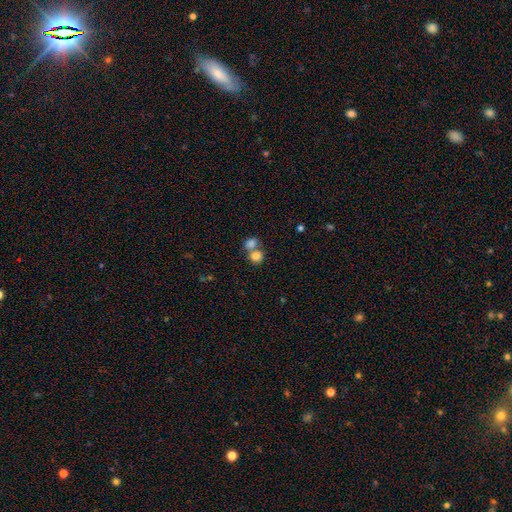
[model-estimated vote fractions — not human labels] A smooth galaxy with no disk features (81%) that is round (63%). Merging: merger (59%).